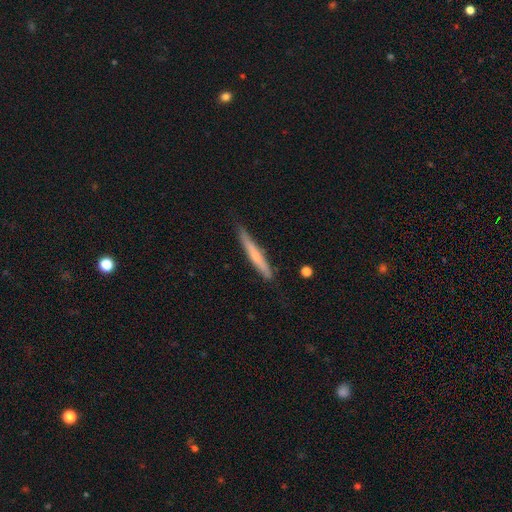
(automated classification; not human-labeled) Smooth or featured?
  - smooth: 51% *
  - featured or disk: 43%
  - star or artifact: 6%
How rounded?
  - cigar-shaped: 96% *
  - in between: 3%
  - round: 1%
Merging?
  - none: 80% *
  - minor disturbance: 16%
  - major disturbance: 2%
  - merger: 2%